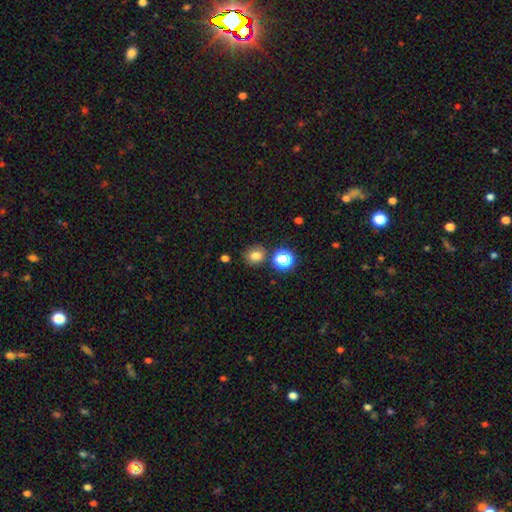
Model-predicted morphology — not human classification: This is likely a smooth galaxy (75%). How rounded: likely round (70%). Merging: likely none (76%).